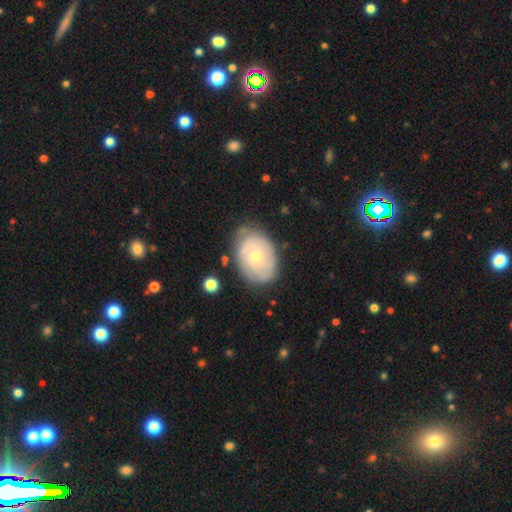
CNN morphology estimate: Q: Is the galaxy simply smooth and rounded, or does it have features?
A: featured or disk — 53%.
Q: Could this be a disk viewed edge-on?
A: no — 95%.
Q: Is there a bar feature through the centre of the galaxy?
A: no — 83%.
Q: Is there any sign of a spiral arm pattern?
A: yes — 52%.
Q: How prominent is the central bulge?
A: small — 60%.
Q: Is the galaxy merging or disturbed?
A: none — 72%.